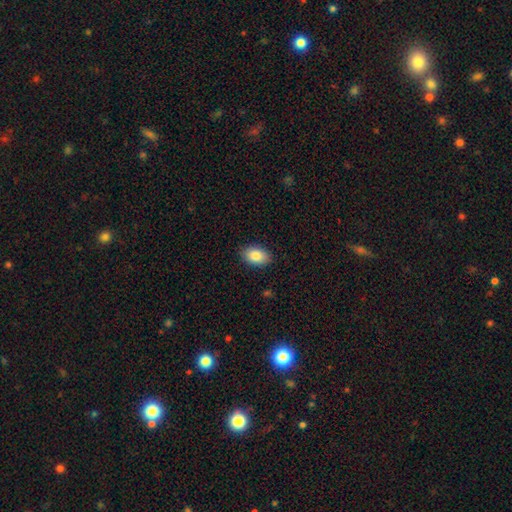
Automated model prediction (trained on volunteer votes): smooth-or-featured: smooth: 85% | featured or disk: 7% | star or artifact: 7%
  how-rounded: in between: 90% | round: 9% | cigar-shaped: 1%
  merging: none: 88% | minor disturbance: 9% | major disturbance: 2% | merger: 1%